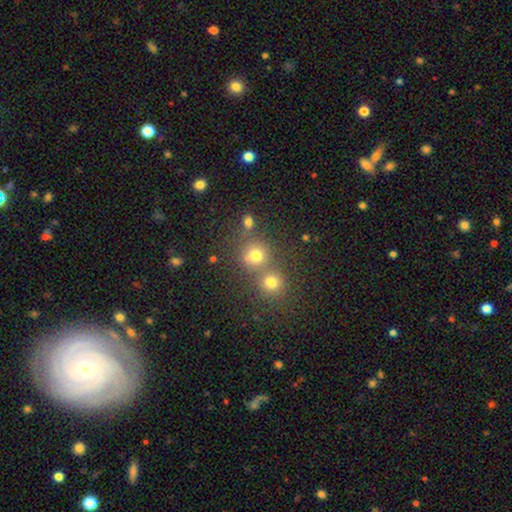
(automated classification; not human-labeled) smooth-or-featured: smooth: 73% | star or artifact: 18% | featured or disk: 9%
  how-rounded: round: 87% | in between: 12% | cigar-shaped: 1%
  merging: none: 54% | merger: 36% | minor disturbance: 7% | major disturbance: 3%